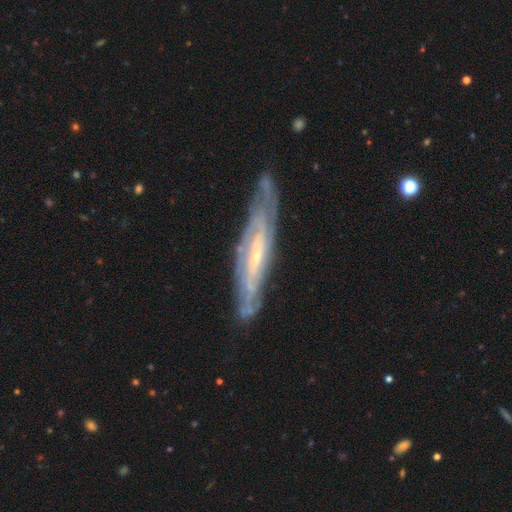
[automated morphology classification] Smooth or featured?
  - featured or disk: 83% *
  - smooth: 12%
  - star or artifact: 6%
Edge-on disk?
  - no: 60% *
  - yes: 40%
Merging?
  - none: 76% *
  - minor disturbance: 18%
  - major disturbance: 5%
  - merger: 2%